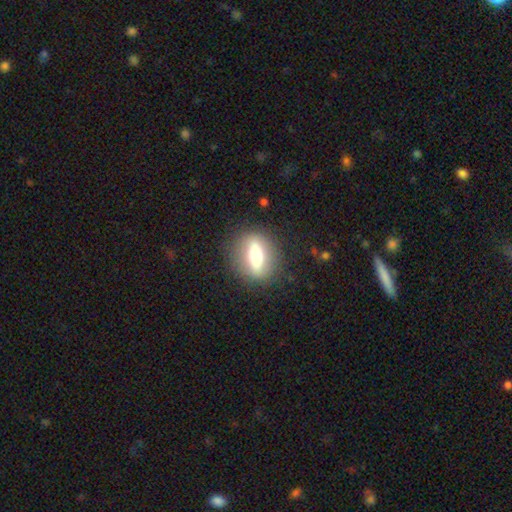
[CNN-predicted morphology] A featured or disk galaxy (48%). Merging: none (84%).